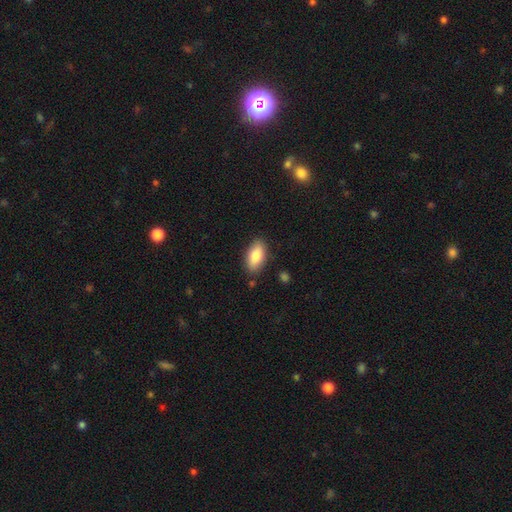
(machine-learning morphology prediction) Smooth or featured: smooth — 83% (featured or disk — 10%)
How rounded: in between — 90% (cigar-shaped — 7%)
Merging: none — 85% (minor disturbance — 11%)